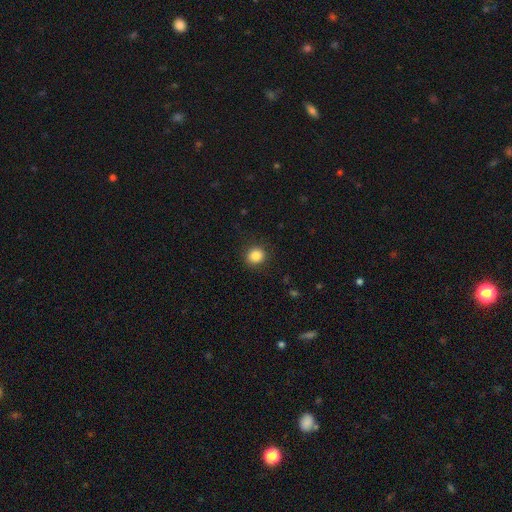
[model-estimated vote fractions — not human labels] This is clearly a smooth galaxy (85%). How rounded: clearly round (88%). Merging: clearly none (89%).